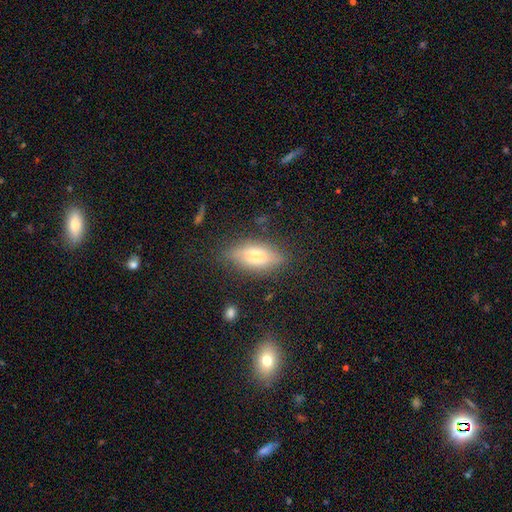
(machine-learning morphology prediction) This is possibly a featured or disk galaxy (47%). Merging: likely none (79%).